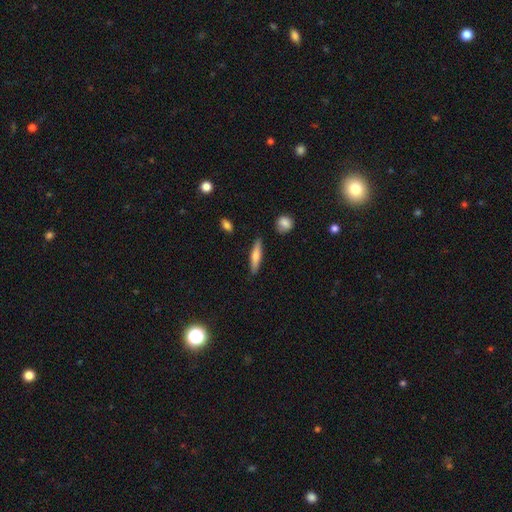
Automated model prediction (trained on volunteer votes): Smooth or featured? Predicted: smooth (p=0.64). How rounded? Predicted: cigar-shaped (p=0.81). Merging? Predicted: none (p=0.87).